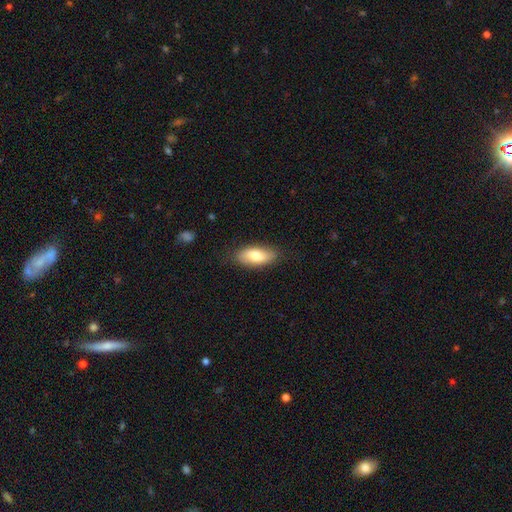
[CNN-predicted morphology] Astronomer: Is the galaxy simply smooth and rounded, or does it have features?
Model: smooth — 77%.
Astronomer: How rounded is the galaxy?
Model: in between — 84%.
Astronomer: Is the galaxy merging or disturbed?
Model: none — 81%.